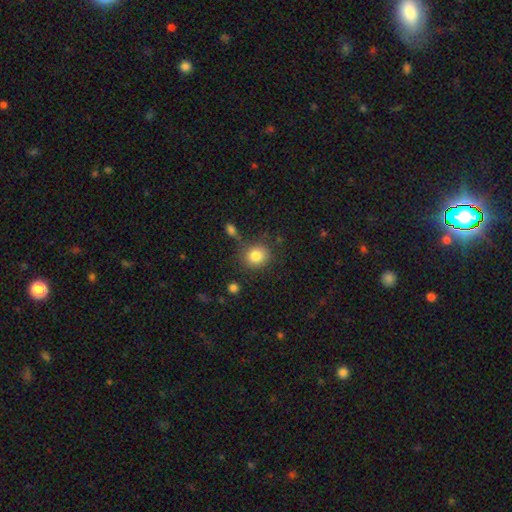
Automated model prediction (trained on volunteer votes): Overall: smooth (83%). How rounded: round (79%). Merging: none (76%).